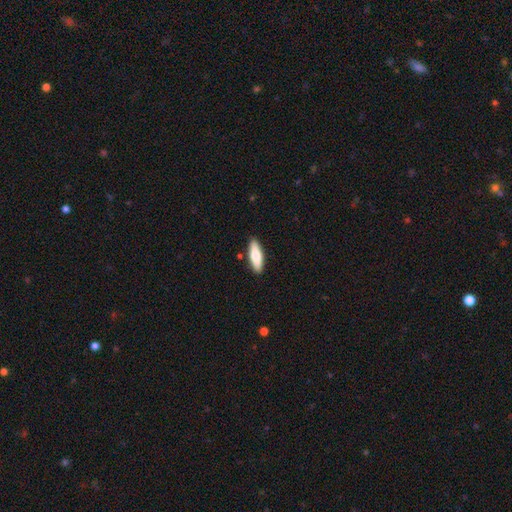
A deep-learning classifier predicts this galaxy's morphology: smooth 75%, featured or disk 20%, star or artifact 5%. Down the decision tree: how rounded — cigar-shaped (50%); merging — none (88%).